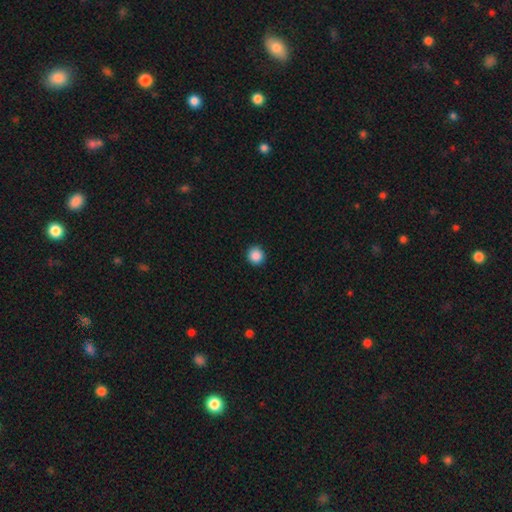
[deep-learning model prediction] Morphology: type=smooth (88%); roundness=round (95%); merging=none (93%).